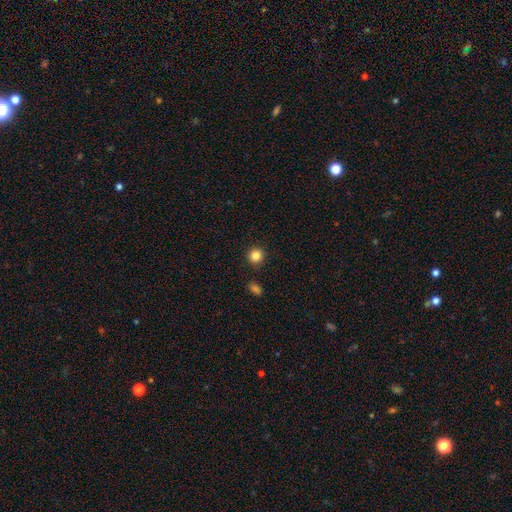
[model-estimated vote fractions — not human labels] Morphology: type=smooth (85%); roundness=round (93%); merging=none (90%).